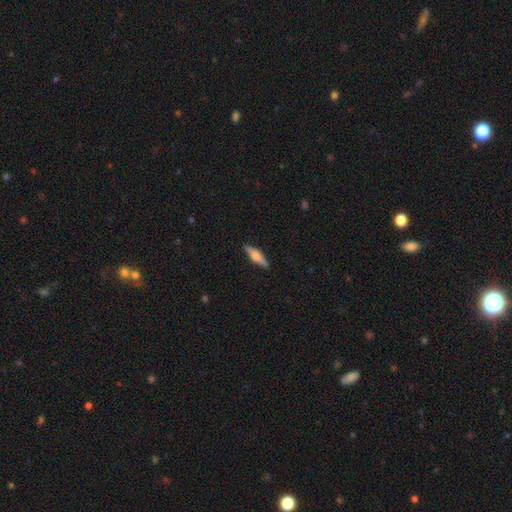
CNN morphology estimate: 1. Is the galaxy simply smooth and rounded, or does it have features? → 52% featured or disk, 42% smooth, 6% star or artifact.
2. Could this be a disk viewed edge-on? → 95% yes, 5% no.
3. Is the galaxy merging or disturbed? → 88% none, 9% minor disturbance, 2% major disturbance, 1% merger.